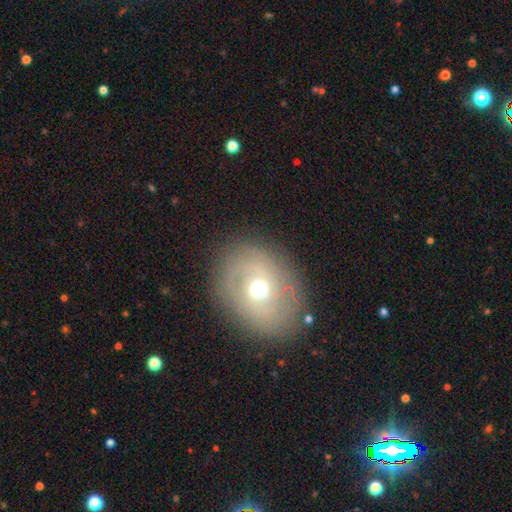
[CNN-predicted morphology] Smooth or featured?
  - featured or disk: 53% *
  - smooth: 34%
  - star or artifact: 13%
Edge-on disk?
  - no: 94% *
  - yes: 6%
Bar?
  - no: 54% *
  - weak: 34%
  - strong: 11%
Spiral arms?
  - yes: 62% *
  - no: 38%
Bulge size?
  - moderate: 63% *
  - small: 31%
  - large: 4%
  - dominant: 1%
  - none: 1%
Merging?
  - none: 84% *
  - minor disturbance: 11%
  - major disturbance: 4%
  - merger: 1%